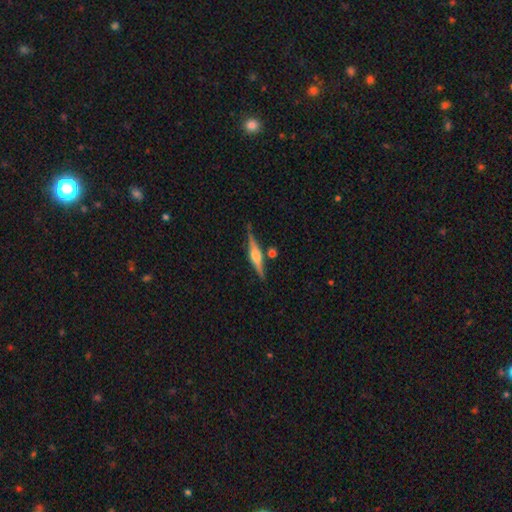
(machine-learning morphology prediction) featured or disk 76%, smooth 18%, star or artifact 6%. Down the decision tree: edge-on disk — yes (97%); edge-on bulge — rounded (80%); merging — none (80%).